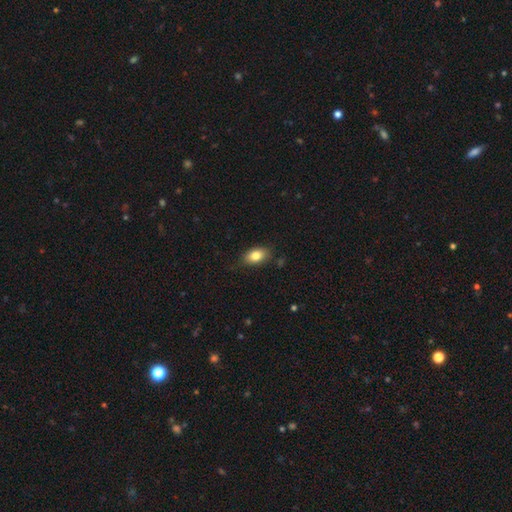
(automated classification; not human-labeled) Overall: smooth (82%). How rounded: in between (88%). Merging: none (81%).